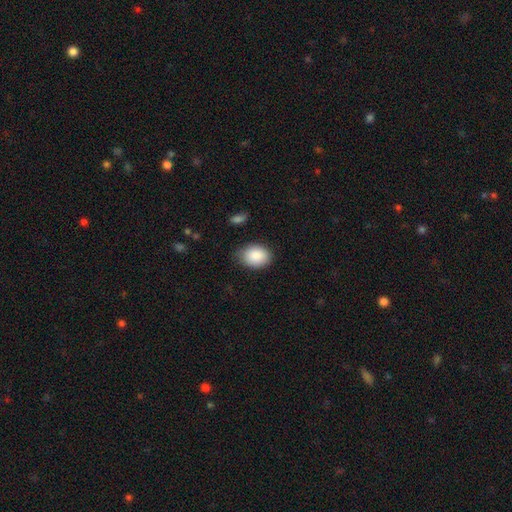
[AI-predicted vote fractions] smooth-or-featured: smooth: 89% | star or artifact: 7% | featured or disk: 5%
  how-rounded: in between: 74% | round: 25% | cigar-shaped: 1%
  merging: none: 77% | minor disturbance: 18% | major disturbance: 3% | merger: 2%